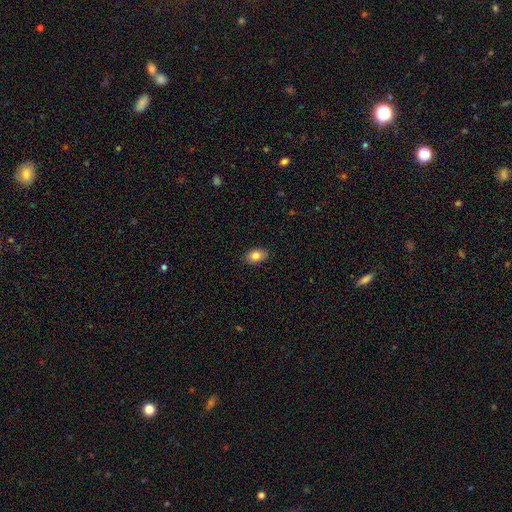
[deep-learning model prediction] A smooth galaxy with no disk features (81%) that is in between round and cigar-shaped (88%). Merging: none (88%).